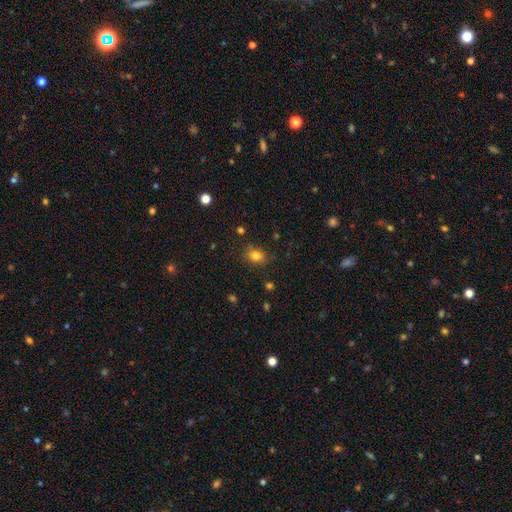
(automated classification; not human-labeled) smooth 81%, star or artifact 13%, featured or disk 7%. Down the decision tree: how rounded — in between (52%); merging — none (80%).